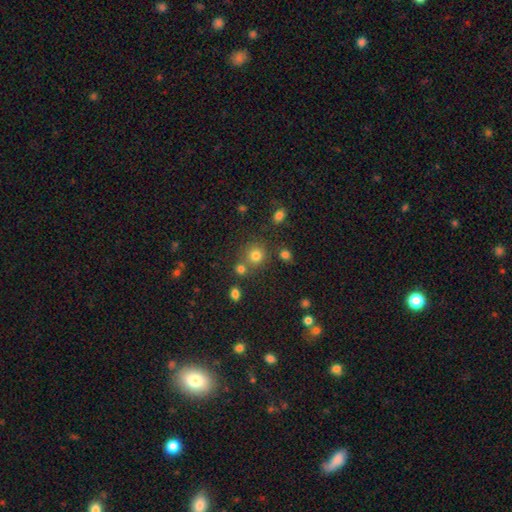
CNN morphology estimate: The model was most divided on "merging": none: 68%, merger: 18%, minor disturbance: 9%, major disturbance: 4%. More confident: how rounded — round (88%); smooth or featured — smooth (76%).